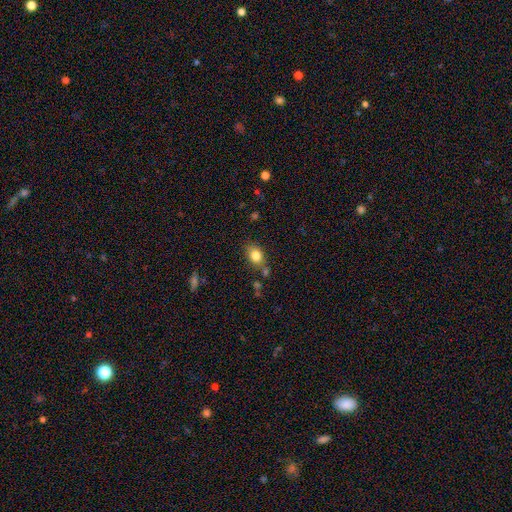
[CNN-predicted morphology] This is clearly a smooth galaxy (82%). How rounded: possibly in between (59%). Merging: likely none (72%).